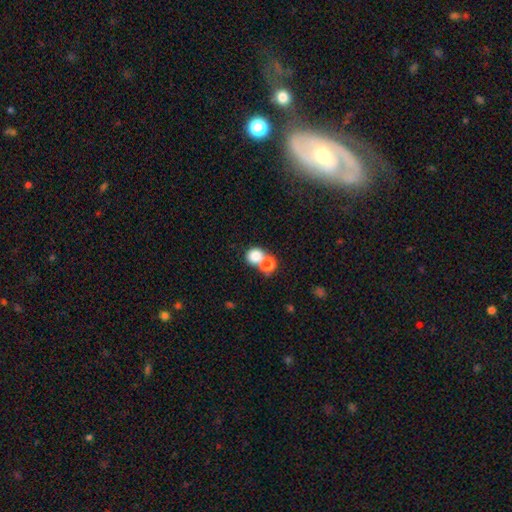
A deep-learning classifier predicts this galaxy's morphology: Q: Smooth or featured?
A: smooth (79%); runner-up: star or artifact (12%)
Q: How rounded?
A: round (78%); runner-up: in between (21%)
Q: Merging?
A: merger (50%); runner-up: none (40%)